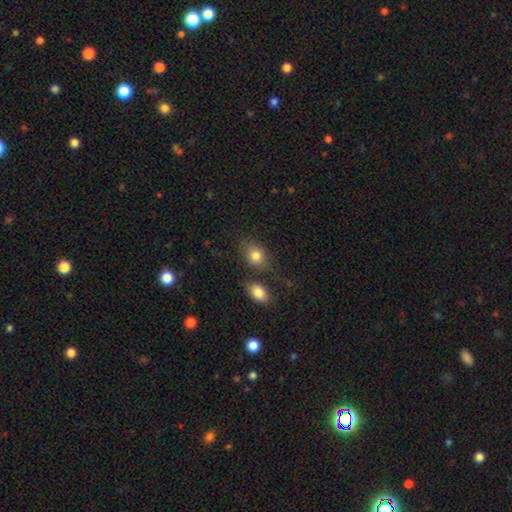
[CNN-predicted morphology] smooth_or_featured: smooth (p=0.80) [alt: featured or disk p=0.10]
how_rounded: in between (p=0.65) [alt: round p=0.34]
merging: none (p=0.61) [alt: merger p=0.17]